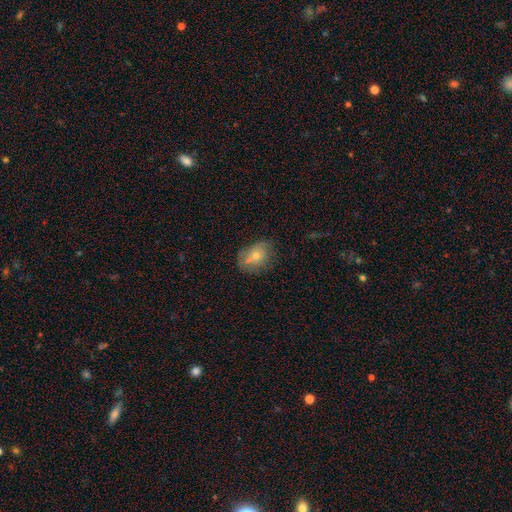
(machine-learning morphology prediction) This is possibly a smooth galaxy (58%). How rounded: likely in between (71%). Merging: likely none (69%).